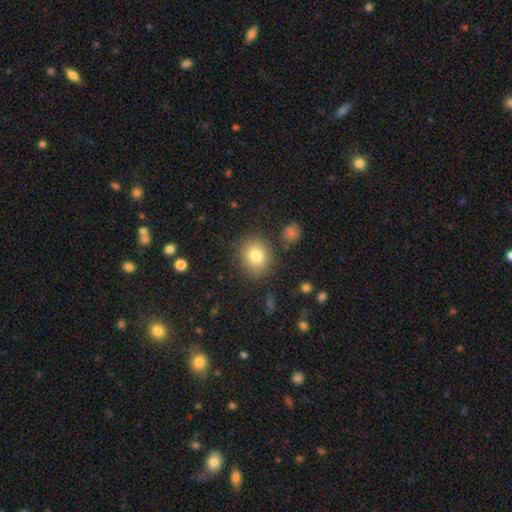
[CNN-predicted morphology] Q: Smooth or featured?
A: smooth (80%); runner-up: star or artifact (11%)
Q: How rounded?
A: round (78%); runner-up: in between (21%)
Q: Merging?
A: none (84%); runner-up: minor disturbance (10%)